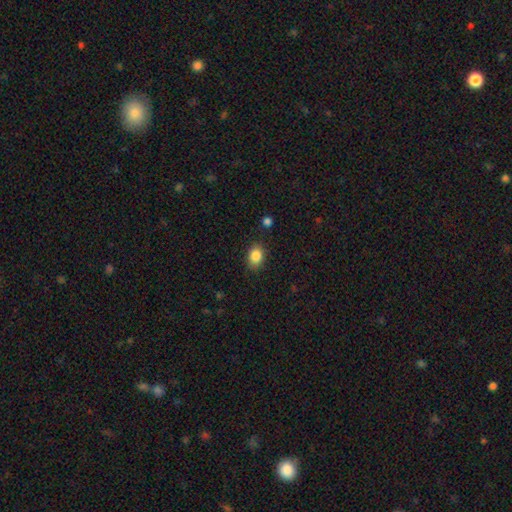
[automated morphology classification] This is clearly a smooth galaxy (86%). How rounded: likely in between (73%). Merging: clearly none (84%).